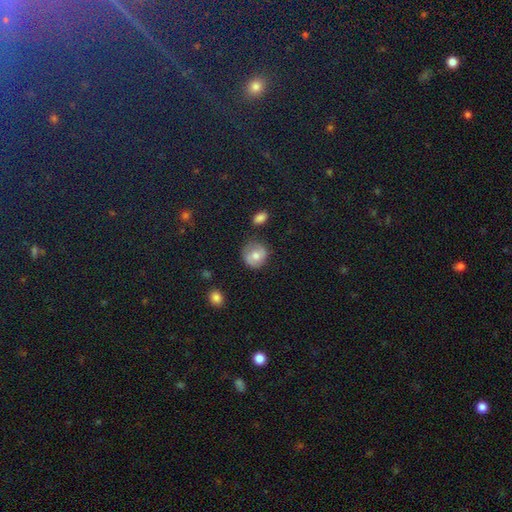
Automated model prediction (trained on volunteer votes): smooth_or_featured: smooth (p=0.65) [alt: featured or disk p=0.27]
how_rounded: round (p=0.81) [alt: in between p=0.18]
merging: none (p=0.66) [alt: minor disturbance p=0.24]